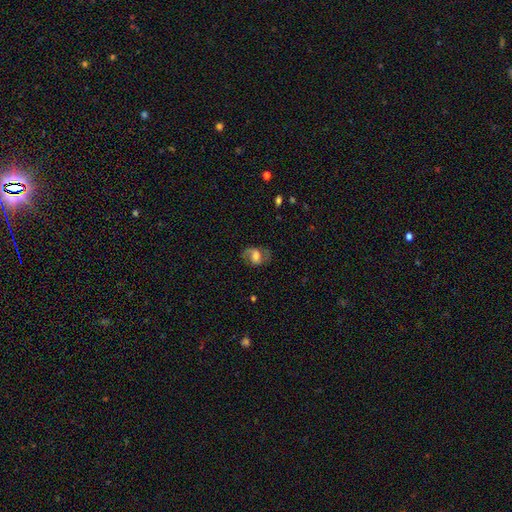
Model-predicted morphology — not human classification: This is possibly a featured or disk galaxy (60%). It is clearly not viewed edge-on (96%). Bar: marginally weak (43%). Spiral arm pattern: clearly yes (84%). Central bulge: marginally large (39%). Merging: likely none (68%).